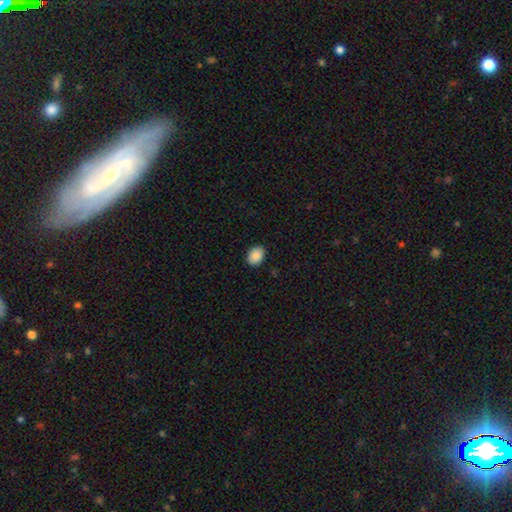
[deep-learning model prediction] Smooth or featured? Predicted: smooth (p=0.89). How rounded? Predicted: in between (p=0.68). Merging? Predicted: none (p=0.89).